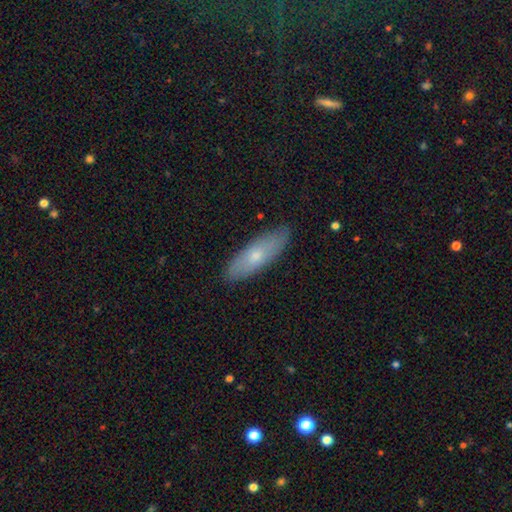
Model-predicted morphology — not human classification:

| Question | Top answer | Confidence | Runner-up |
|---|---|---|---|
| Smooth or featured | smooth | 63% | featured or disk (31%) |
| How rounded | in between | 50% | cigar-shaped (48%) |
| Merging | none | 86% | minor disturbance (11%) |